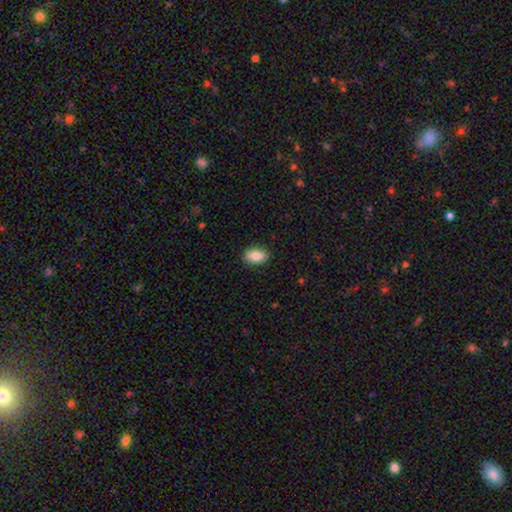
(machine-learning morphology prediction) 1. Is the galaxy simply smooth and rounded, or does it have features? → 86% smooth, 7% star or artifact, 6% featured or disk.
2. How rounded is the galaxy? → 91% in between, 7% round, 3% cigar-shaped.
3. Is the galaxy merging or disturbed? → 89% none, 8% minor disturbance, 2% major disturbance, 1% merger.